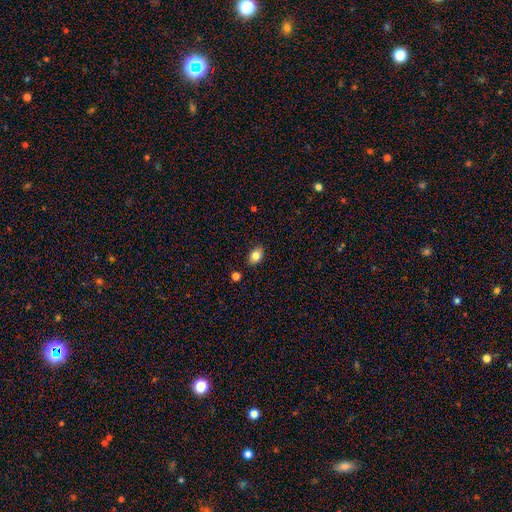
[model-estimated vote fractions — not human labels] Overall: smooth (82%). How rounded: in between (78%). Merging: none (85%).